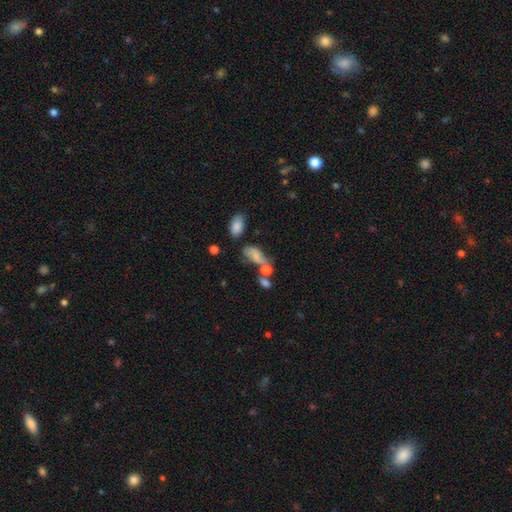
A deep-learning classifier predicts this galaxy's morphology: A smooth galaxy with no disk features (66%) that is in between round and cigar-shaped (82%). Merging: merger (32%).